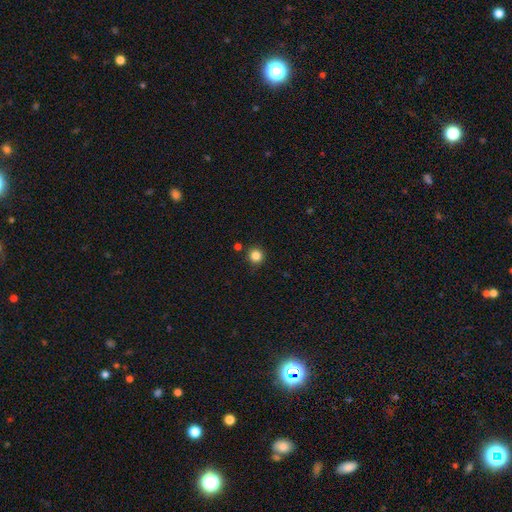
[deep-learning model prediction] Smooth or featured? smooth (84%)
How rounded? round (95%)
Merging? none (88%)